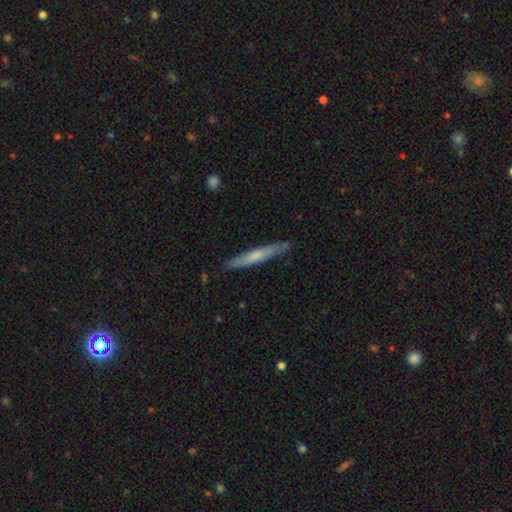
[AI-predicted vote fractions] This is possibly a smooth galaxy (57%). How rounded: clearly cigar-shaped (96%). Merging: clearly none (85%).